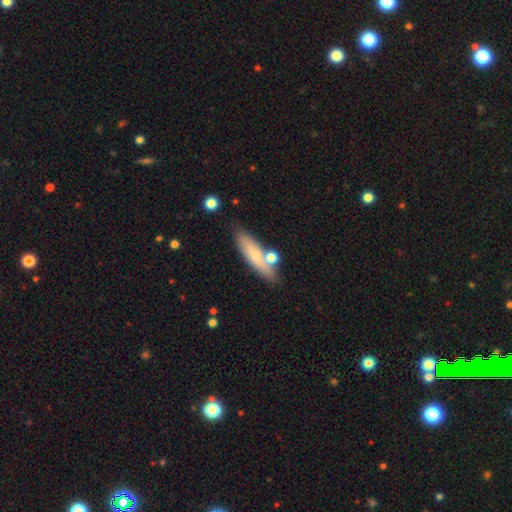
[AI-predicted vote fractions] This appears to be a smooth galaxy with no disk features (69%) that is cigar-shaped (67%). Merging: none (71%).